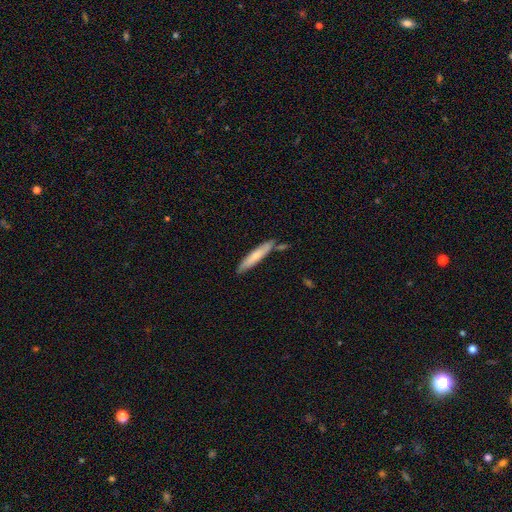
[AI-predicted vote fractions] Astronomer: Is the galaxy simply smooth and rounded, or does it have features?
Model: smooth — 69%.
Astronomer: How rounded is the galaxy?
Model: cigar-shaped — 90%.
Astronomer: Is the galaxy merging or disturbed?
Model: none — 77%.